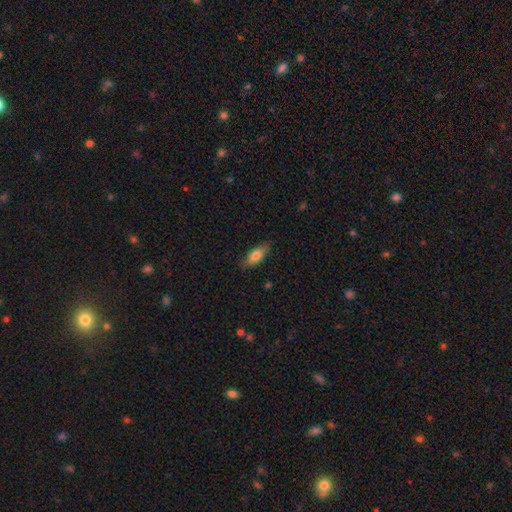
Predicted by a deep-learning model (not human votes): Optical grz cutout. It shows a smooth galaxy with no disk features (78%) that is in between round and cigar-shaped (75%). Merging: none (81%).